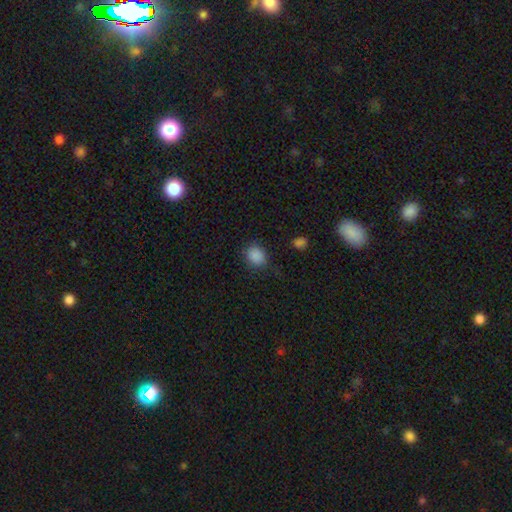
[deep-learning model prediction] Smooth or featured? smooth (86%)
How rounded? round (67%)
Merging? none (78%)